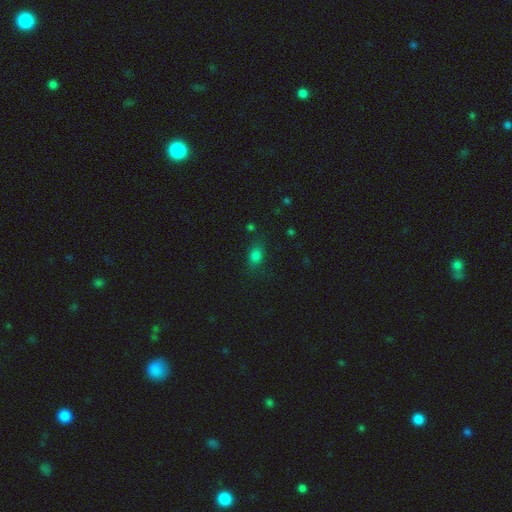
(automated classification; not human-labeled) smooth-or-featured: smooth: 77% | star or artifact: 16% | featured or disk: 7%
  how-rounded: in between: 65% | round: 32% | cigar-shaped: 3%
  merging: none: 73% | minor disturbance: 18% | major disturbance: 6% | merger: 2%